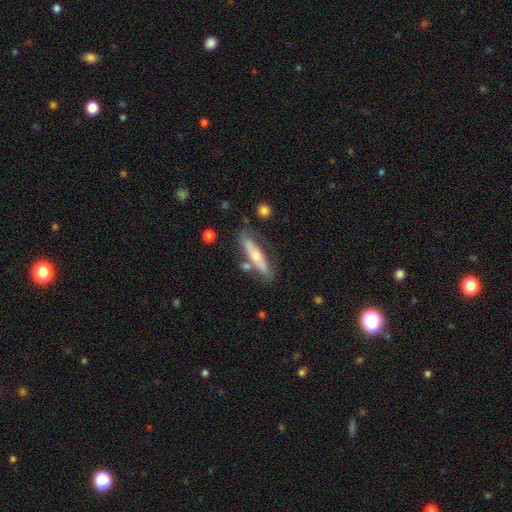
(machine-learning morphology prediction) A smooth galaxy with no disk features (47%, tied with featured or disk). Merging: none (66%).